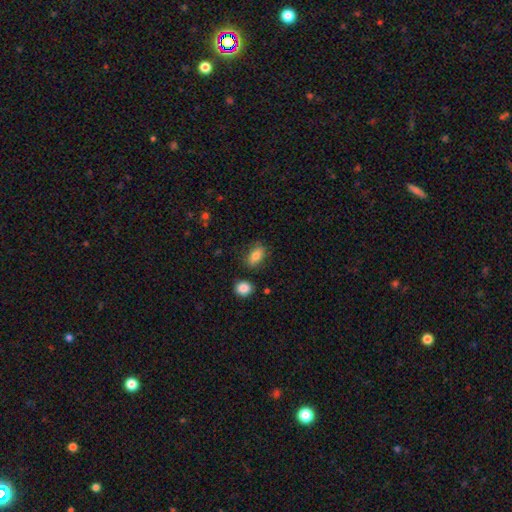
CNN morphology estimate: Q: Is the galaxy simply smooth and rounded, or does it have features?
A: smooth — 82%.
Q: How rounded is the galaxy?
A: in between — 86%.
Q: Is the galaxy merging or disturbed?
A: none — 78%.